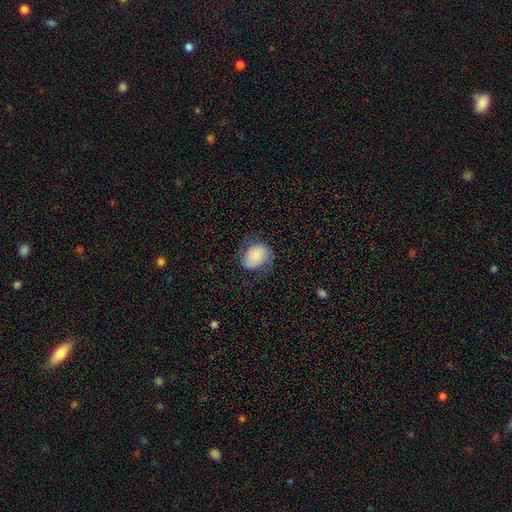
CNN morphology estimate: A smooth galaxy with no disk features (60%) that is in between round and cigar-shaped (66%).

Vote fractions:
- Smooth or featured? smooth: 60% / featured or disk: 32% / star or artifact: 8%
- How rounded? in between: 66% / round: 33% / cigar-shaped: 1%
- Merging? none: 60% / minor disturbance: 25% / major disturbance: 15% / merger: 1%